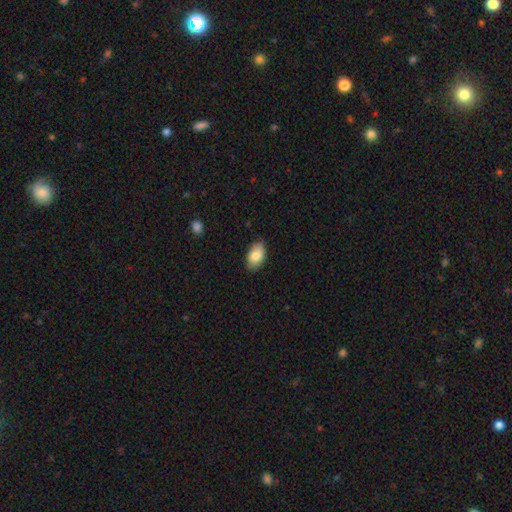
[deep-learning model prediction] A smooth galaxy with no disk features (85%) that is in between round and cigar-shaped (93%).

Vote fractions:
- Smooth or featured? smooth: 85% / featured or disk: 9% / star or artifact: 7%
- How rounded? in between: 93% / round: 5% / cigar-shaped: 2%
- Merging? none: 83% / minor disturbance: 14% / major disturbance: 2% / merger: 1%